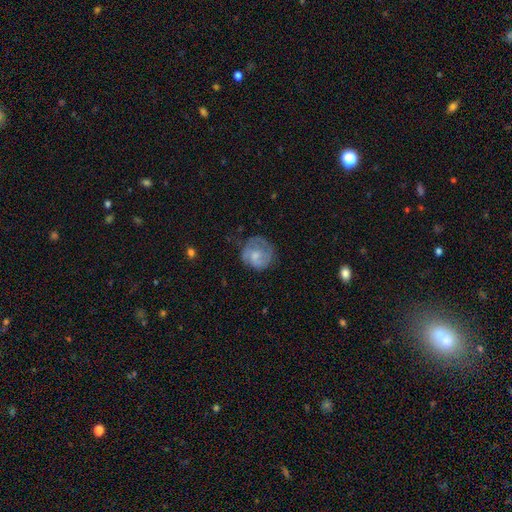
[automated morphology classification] Smooth or featured? featured or disk (51%)
Edge-on disk? no (98%)
Bar? no (65%)
Spiral arms? yes (74%)
Bulge size? moderate (44%)
Merging? none (59%)